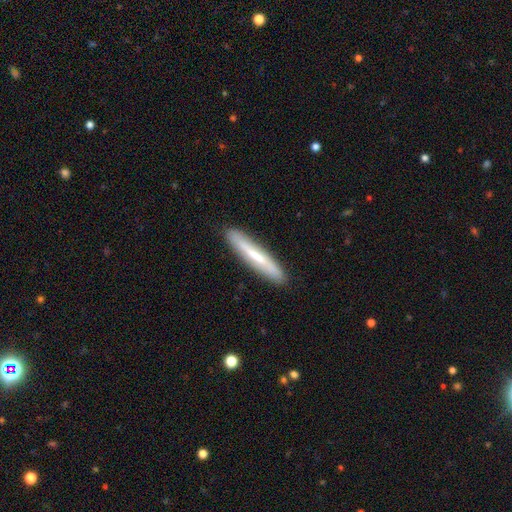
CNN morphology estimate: smooth_or_featured: smooth (p=0.51) [alt: featured or disk p=0.42]
how_rounded: cigar-shaped (p=0.92) [alt: in between p=0.07]
merging: none (p=0.87) [alt: minor disturbance p=0.09]